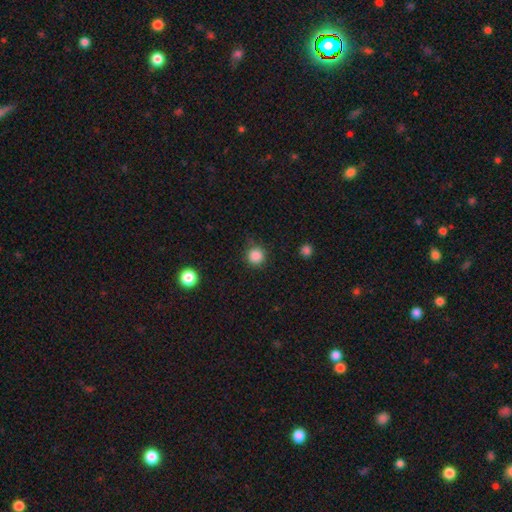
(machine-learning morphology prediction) Smooth or featured? smooth (86%)
How rounded? round (94%)
Merging? none (81%)